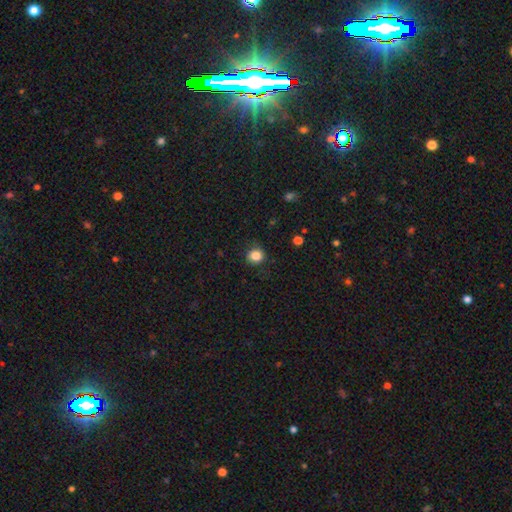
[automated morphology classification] type=smooth (85%); roundness=round (84%); merging=none (83%).